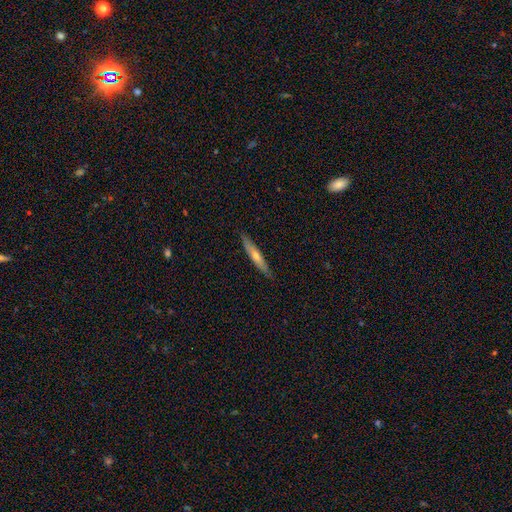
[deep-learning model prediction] A featured or disk galaxy (50%) viewed edge-on (92%).

Vote fractions:
- Smooth or featured? featured or disk: 50% / smooth: 44% / star or artifact: 6%
- Edge-on disk? yes: 92% / no: 8%
- Merging? none: 89% / minor disturbance: 9% / major disturbance: 2% / merger: 1%